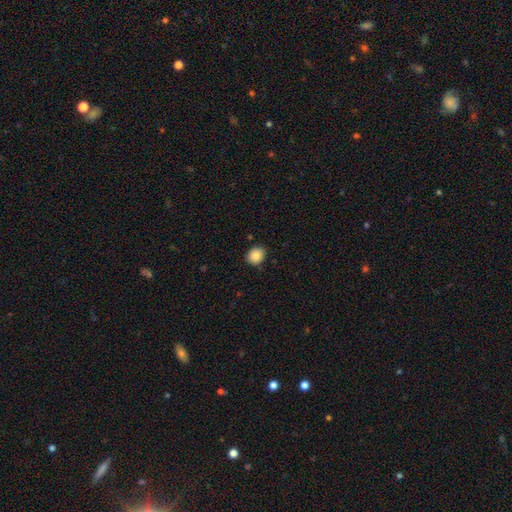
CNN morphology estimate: Smooth or featured? Predicted: smooth (p=0.87). How rounded? Predicted: round (p=0.68). Merging? Predicted: none (p=0.87).